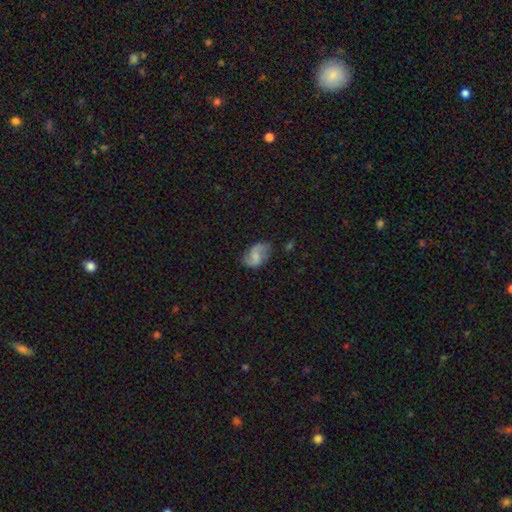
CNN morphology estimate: featured or disk 58%, smooth 34%, star or artifact 8%. Down the decision tree: edge-on disk — no (97%); bar — weak (47%); spiral arms — yes (91%); spiral arm count — 2 (88%); spiral winding — loose (50%); bulge size — none (38%); merging — none (70%).